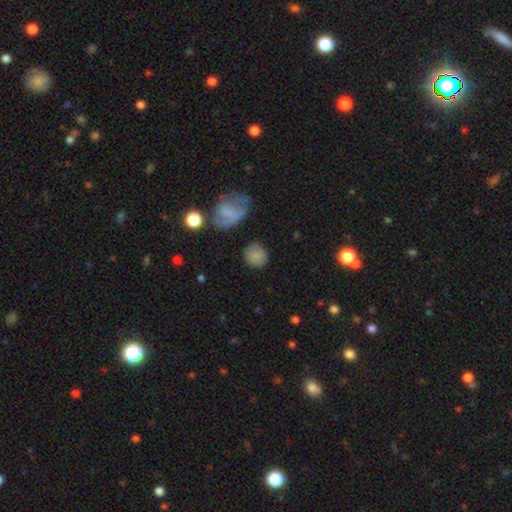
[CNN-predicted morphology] The model was most divided on "merging": none: 79%, minor disturbance: 13%, major disturbance: 5%, merger: 3%. More confident: how rounded — round (85%); smooth or featured — smooth (80%).